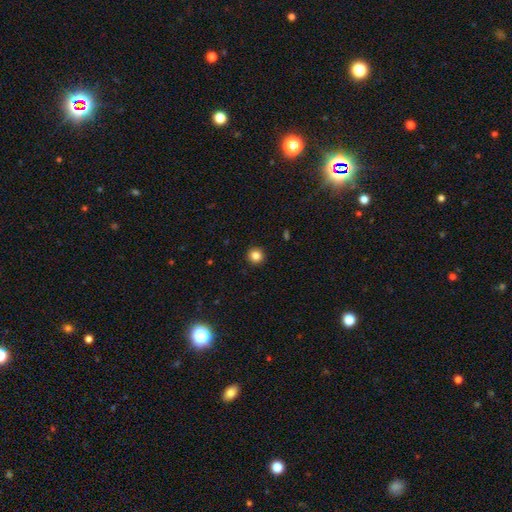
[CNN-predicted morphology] This appears to be a smooth galaxy with no disk features (84%) that is round (95%). Merging: none (93%).